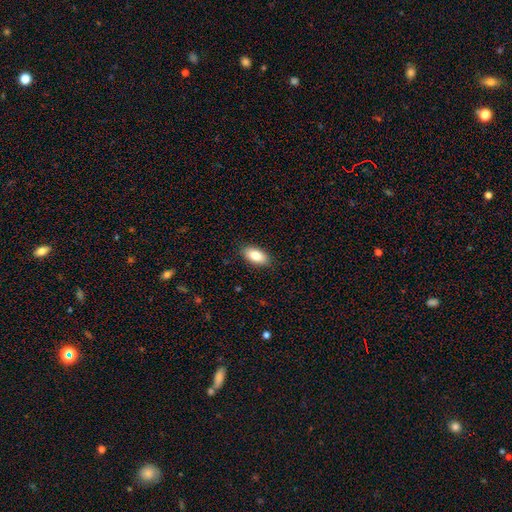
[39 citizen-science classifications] smooth-or-featured: smooth: 92% | featured or disk: 5% | star or artifact: 3%
  how-rounded: in between: 94% | round: 6% | cigar-shaped: 0%
  merging: none: 92% | minor disturbance: 8% | major disturbance: 0% | merger: 0%